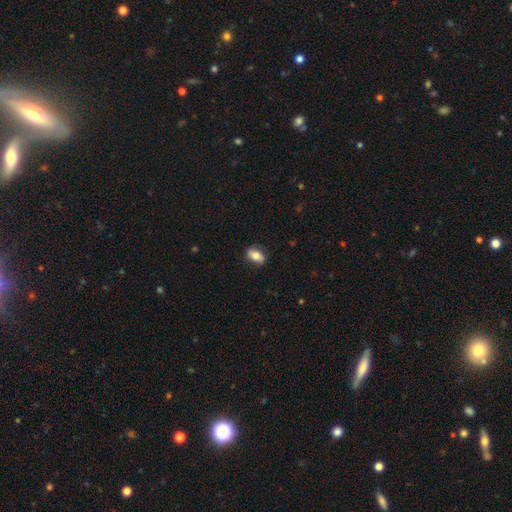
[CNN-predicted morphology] This is likely a smooth galaxy (71%). How rounded: clearly in between (85%). Merging: clearly none (81%).